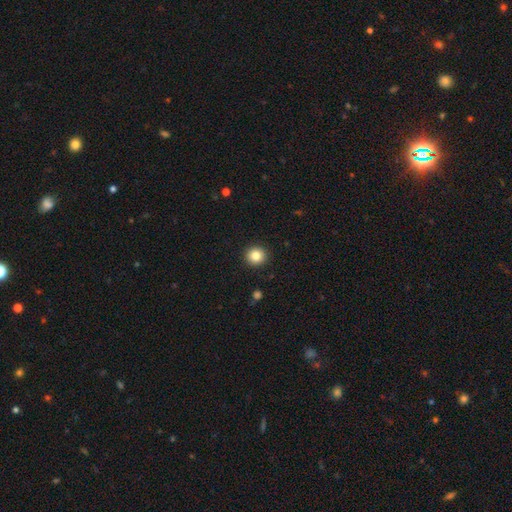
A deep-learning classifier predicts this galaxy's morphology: Q: Smooth or featured?
A: smooth (84%); runner-up: star or artifact (10%)
Q: How rounded?
A: round (91%); runner-up: in between (8%)
Q: Merging?
A: none (92%); runner-up: minor disturbance (5%)